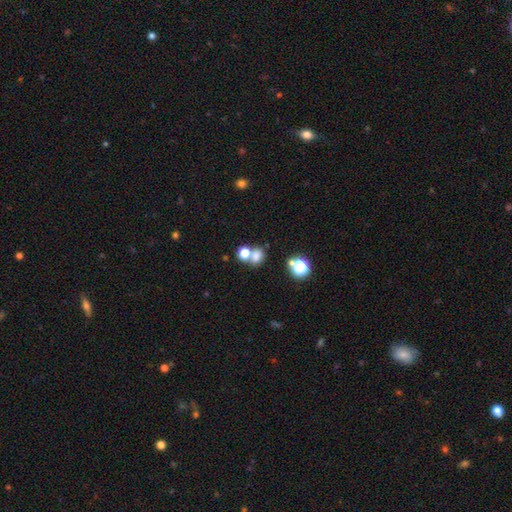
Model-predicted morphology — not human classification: Smooth or featured?
  - smooth: 71% *
  - star or artifact: 19%
  - featured or disk: 10%
How rounded?
  - round: 54% *
  - in between: 45%
  - cigar-shaped: 1%
Merging?
  - none: 46% *
  - merger: 39%
  - minor disturbance: 9%
  - major disturbance: 5%